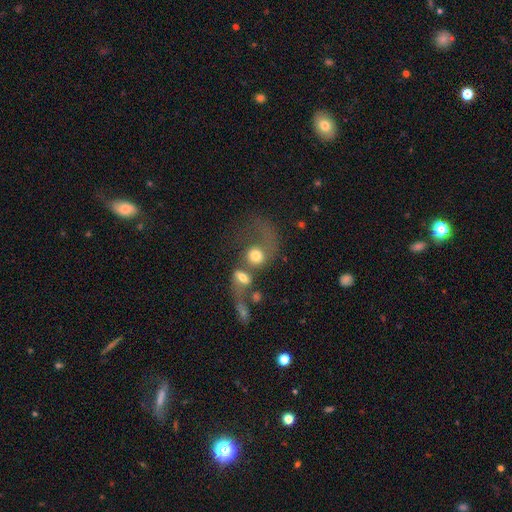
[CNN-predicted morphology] A smooth galaxy with no disk features (53%) that is round (63%). Merging: merger (60%).